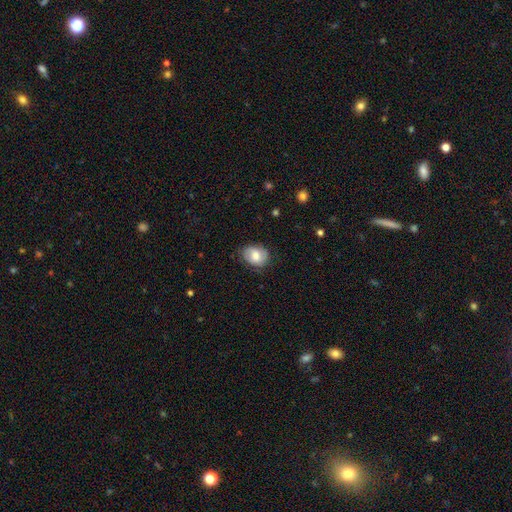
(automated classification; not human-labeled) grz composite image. It shows a smooth galaxy with no disk features (72%) that is in between round and cigar-shaped (64%). Merging: none (74%).